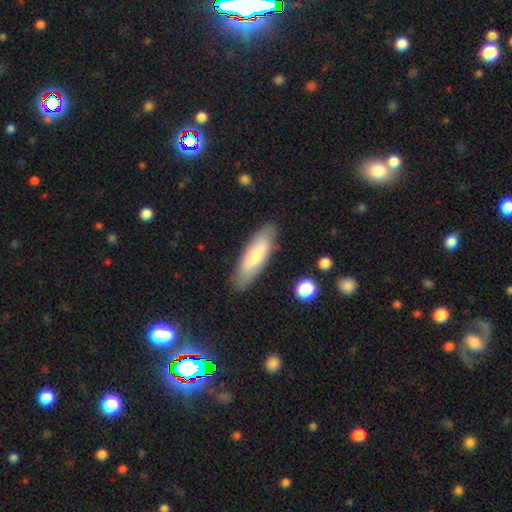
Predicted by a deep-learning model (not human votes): A smooth galaxy with no disk features (60%) that is cigar-shaped (61%). Merging: none (86%).